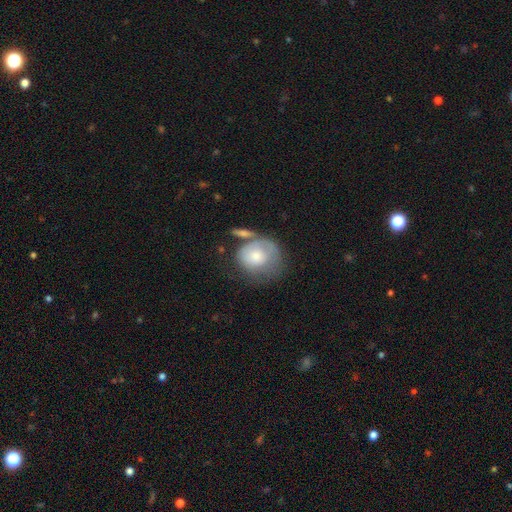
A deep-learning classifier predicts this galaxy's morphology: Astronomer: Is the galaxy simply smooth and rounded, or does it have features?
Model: smooth — 64%.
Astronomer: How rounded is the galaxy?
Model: round — 74%.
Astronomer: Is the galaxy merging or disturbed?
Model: none — 36% (runner-up: minor disturbance, 24%).